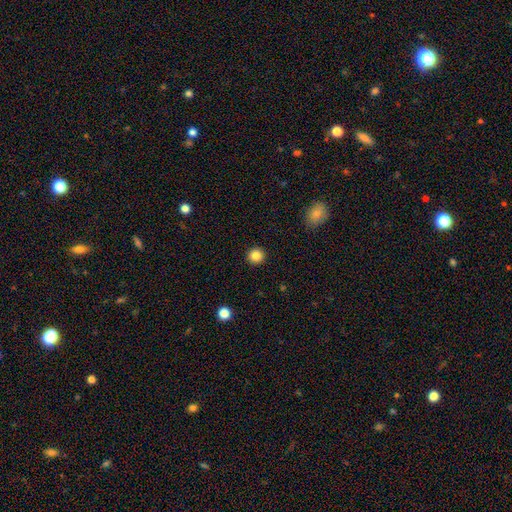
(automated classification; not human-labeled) smooth-or-featured: smooth: 84% | star or artifact: 11% | featured or disk: 5%
  how-rounded: round: 94% | in between: 5% | cigar-shaped: 1%
  merging: none: 93% | minor disturbance: 5% | major disturbance: 2% | merger: 1%